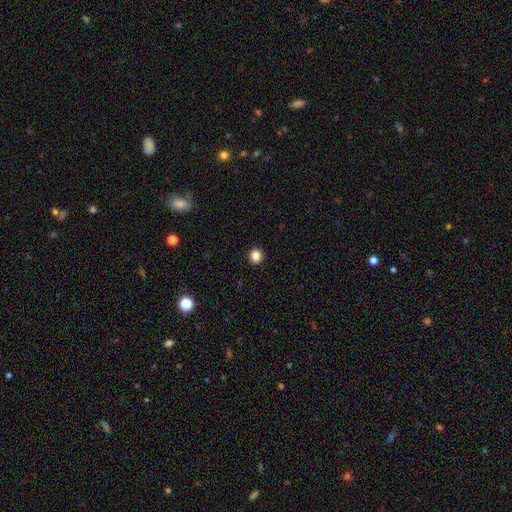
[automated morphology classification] Overall: smooth (85%). How rounded: round (84%). Merging: none (93%).